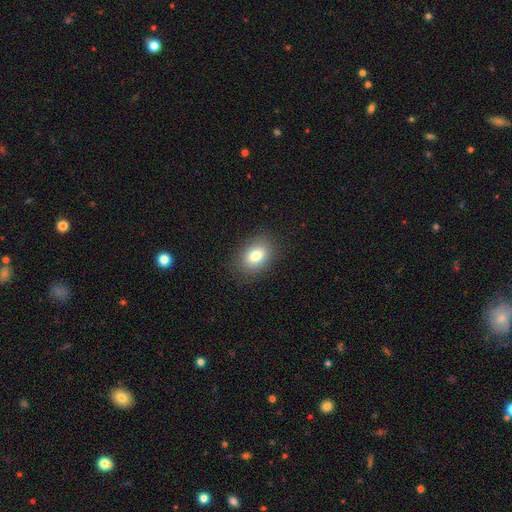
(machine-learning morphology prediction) smooth 78%, featured or disk 12%, star or artifact 10%. Down the decision tree: how rounded — in between (73%); merging — none (87%).